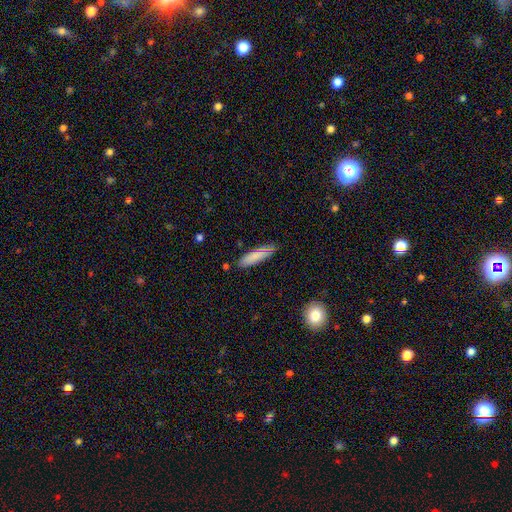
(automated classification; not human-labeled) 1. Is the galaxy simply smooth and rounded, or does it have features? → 83% smooth, 11% featured or disk, 6% star or artifact.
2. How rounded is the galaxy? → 74% cigar-shaped, 25% in between, 1% round.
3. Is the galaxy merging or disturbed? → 81% none, 14% minor disturbance, 2% major disturbance, 2% merger.